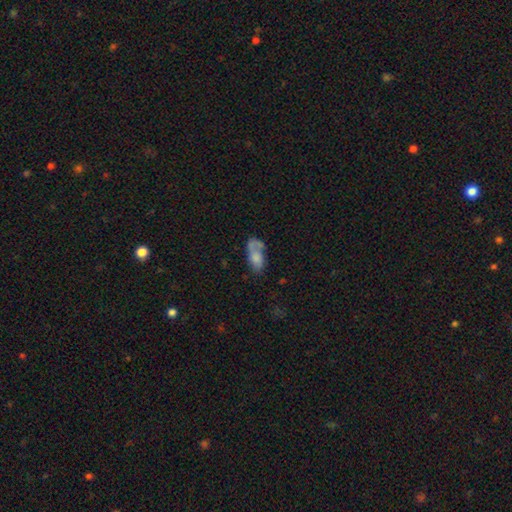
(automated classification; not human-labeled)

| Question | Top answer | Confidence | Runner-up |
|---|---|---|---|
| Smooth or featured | smooth | 62% | featured or disk (29%) |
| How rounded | in between | 88% | cigar-shaped (7%) |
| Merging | none | 34% | major disturbance (25%) |